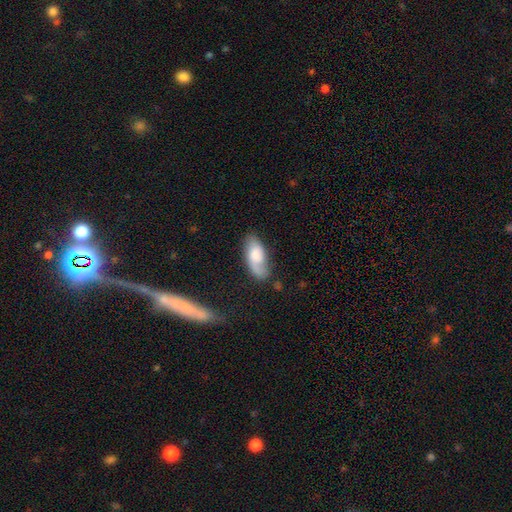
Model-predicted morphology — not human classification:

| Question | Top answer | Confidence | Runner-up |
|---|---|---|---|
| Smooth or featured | smooth | 59% | featured or disk (34%) |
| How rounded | in between | 88% | cigar-shaped (9%) |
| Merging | none | 61% | minor disturbance (25%) |